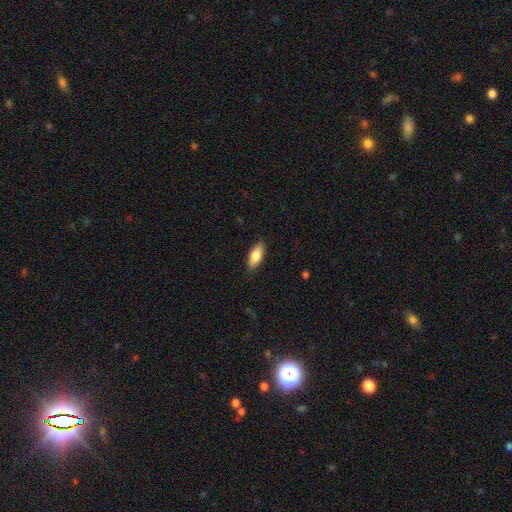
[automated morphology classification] Q: Smooth or featured?
A: smooth (81%); runner-up: featured or disk (13%)
Q: How rounded?
A: in between (81%); runner-up: cigar-shaped (16%)
Q: Merging?
A: none (88%); runner-up: minor disturbance (9%)